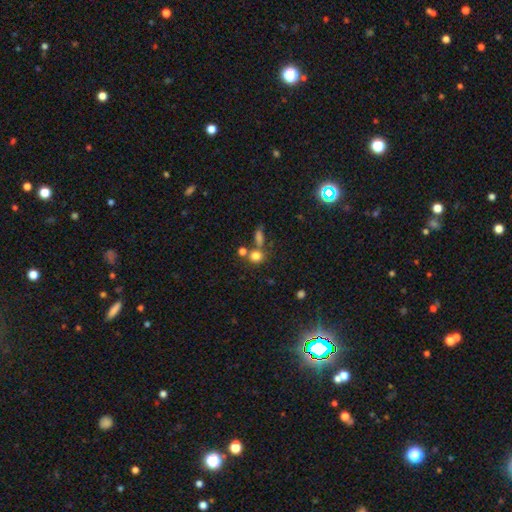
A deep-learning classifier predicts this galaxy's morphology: type=smooth (76%); roundness=round (79%); merging=none (54%).